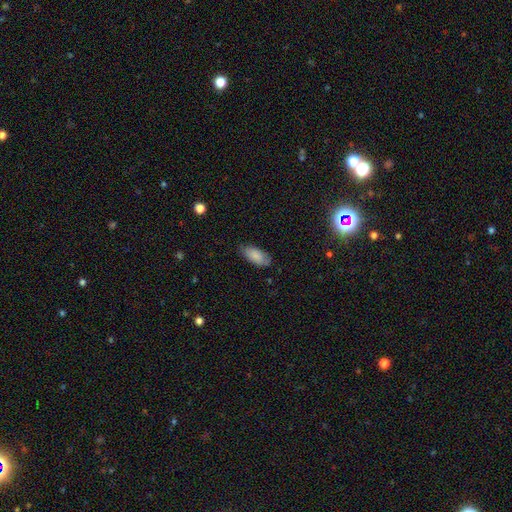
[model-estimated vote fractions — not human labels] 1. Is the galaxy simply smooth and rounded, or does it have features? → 83% smooth, 10% featured or disk, 6% star or artifact.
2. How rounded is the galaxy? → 91% in between, 7% cigar-shaped, 2% round.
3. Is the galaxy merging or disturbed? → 74% none, 21% minor disturbance, 4% major disturbance, 1% merger.